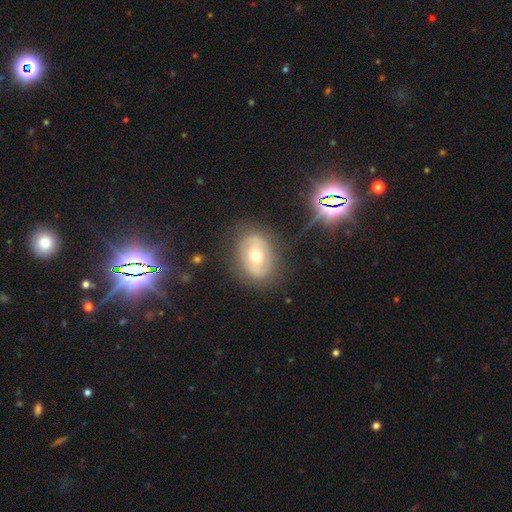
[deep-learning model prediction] Smooth or featured? featured or disk (50%)
Merging? none (79%)